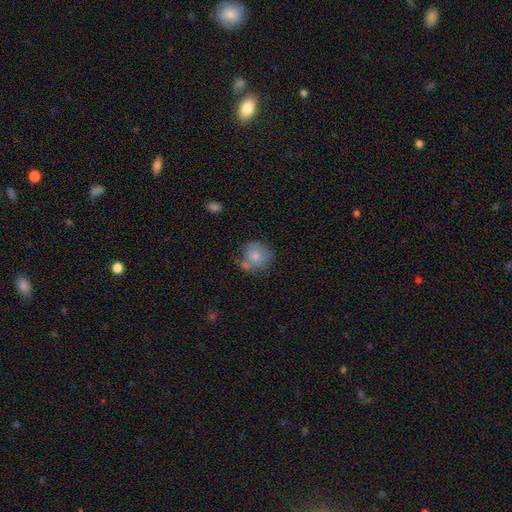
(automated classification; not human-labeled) This appears to be a smooth galaxy with no disk features (75%) that is round (85%). Merging: none (55%).